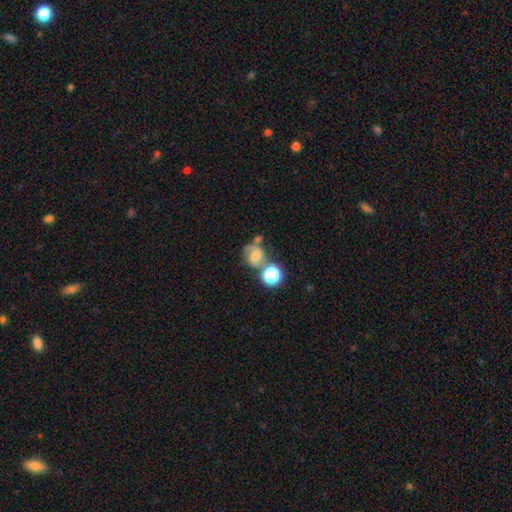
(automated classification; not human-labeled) This is possibly a featured or disk galaxy (47%). Merging: marginally none (42%).